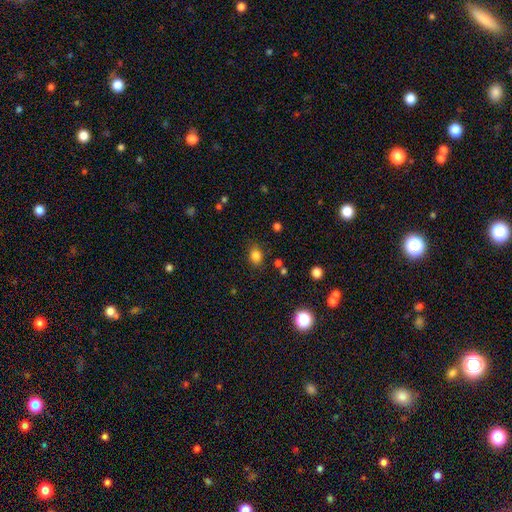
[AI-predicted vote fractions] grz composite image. It shows a smooth galaxy with no disk features (82%) that is in between round and cigar-shaped (50%). Merging: none (79%).